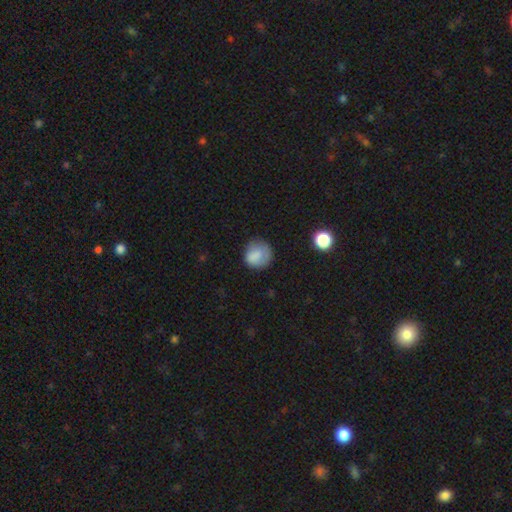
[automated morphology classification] Q: Smooth or featured?
A: smooth (79%); runner-up: featured or disk (12%)
Q: How rounded?
A: round (82%); runner-up: in between (17%)
Q: Merging?
A: none (62%); runner-up: minor disturbance (25%)